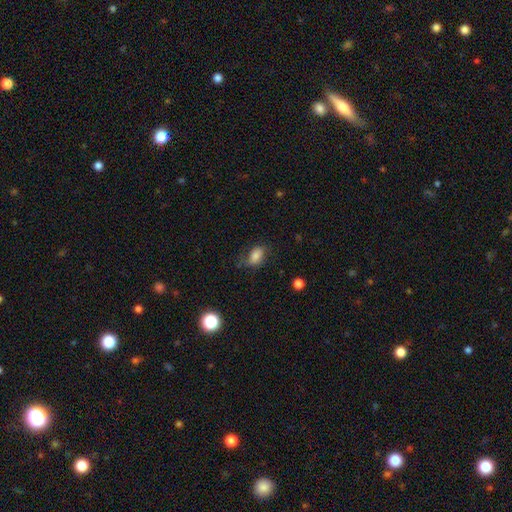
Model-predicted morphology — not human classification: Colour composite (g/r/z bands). It shows a smooth galaxy with no disk features (75%) that is in between round and cigar-shaped (84%). Merging: none (55%).